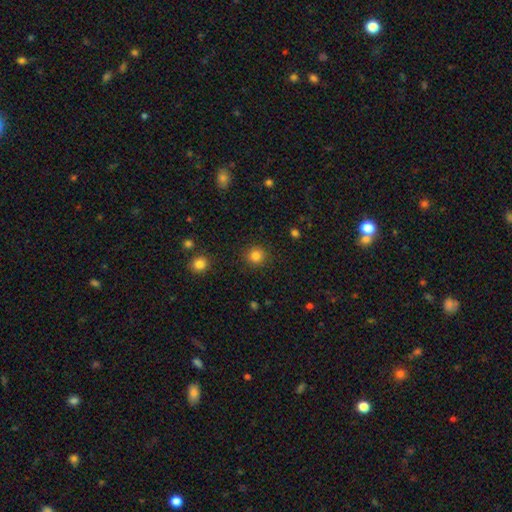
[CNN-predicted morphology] Smooth or featured: smooth — 84% (star or artifact — 12%)
How rounded: round — 91% (in between — 8%)
Merging: none — 89% (minor disturbance — 7%)